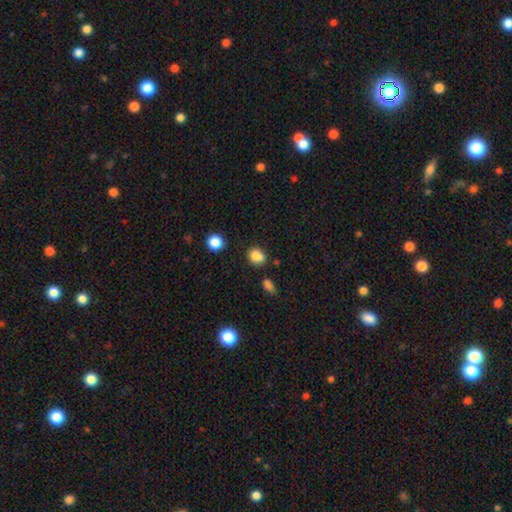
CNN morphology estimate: smooth_or_featured: smooth (p=0.83) [alt: star or artifact p=0.12]
how_rounded: round (p=0.55) [alt: in between p=0.43]
merging: none (p=0.72) [alt: minor disturbance p=0.17]